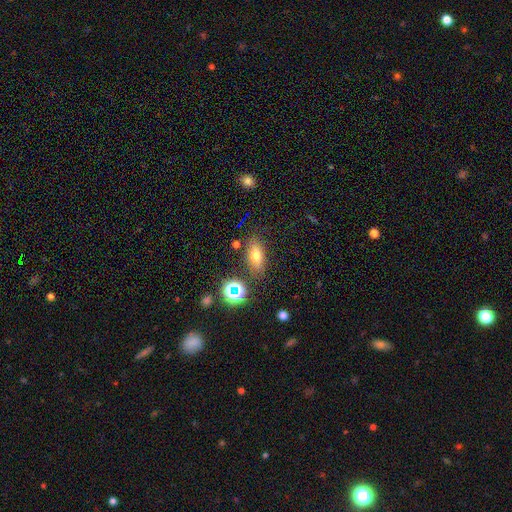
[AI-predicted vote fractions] Smooth or featured? smooth (66%)
How rounded? in between (73%)
Merging? none (80%)